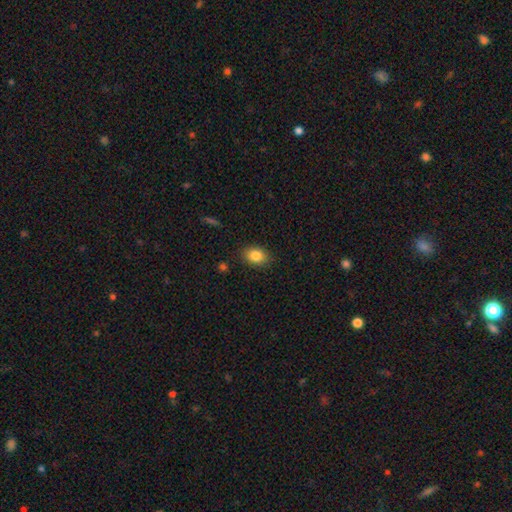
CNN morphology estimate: This appears to be a smooth galaxy with no disk features (83%) that is in between round and cigar-shaped (73%). Merging: none (87%).